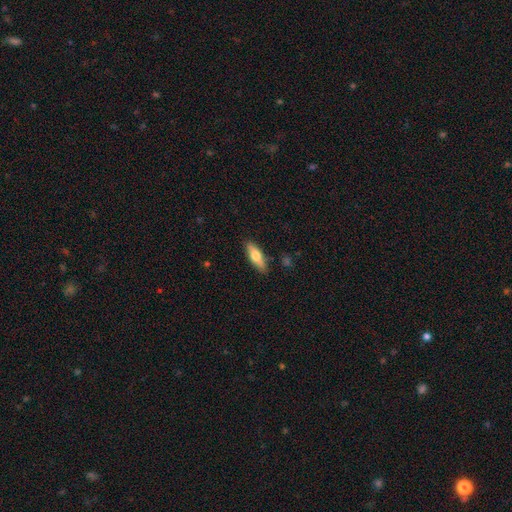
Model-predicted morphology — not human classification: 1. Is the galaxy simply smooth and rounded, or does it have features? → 67% smooth, 27% featured or disk, 6% star or artifact.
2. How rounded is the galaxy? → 57% in between, 40% cigar-shaped, 3% round.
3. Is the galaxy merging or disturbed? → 85% none, 11% minor disturbance, 2% major disturbance, 2% merger.